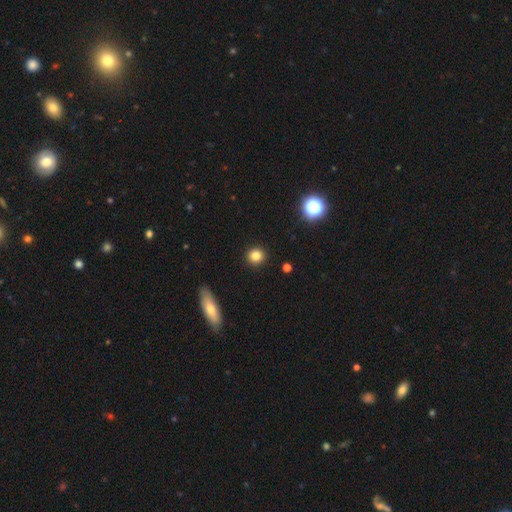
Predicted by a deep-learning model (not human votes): This is clearly a smooth galaxy (83%). How rounded: clearly round (90%). Merging: clearly none (92%).